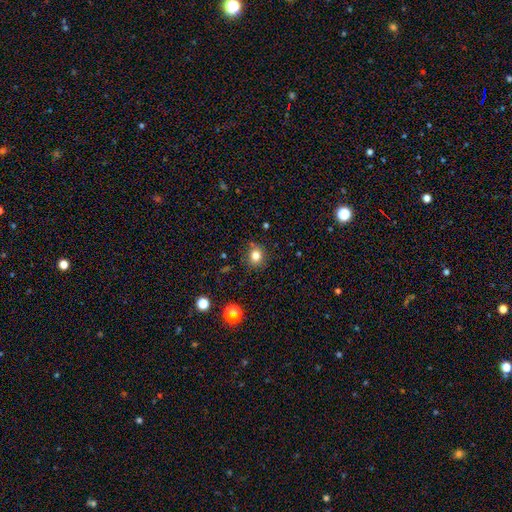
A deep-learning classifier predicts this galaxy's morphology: Overall: smooth (79%). How rounded: round (79%). Merging: none (83%).